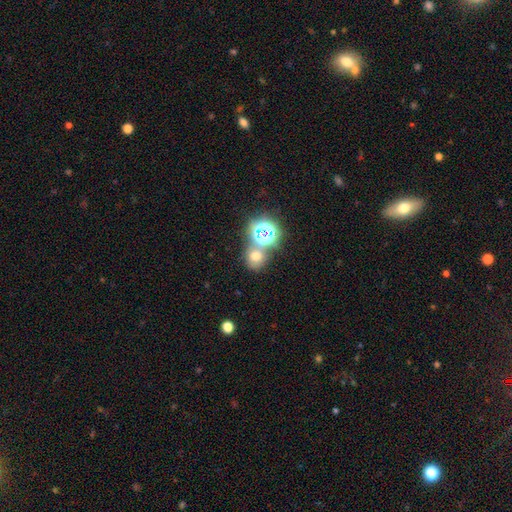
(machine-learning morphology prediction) The model was most divided on "smooth or featured": smooth: 58%, star or artifact: 32%, featured or disk: 10%. More confident: how rounded — round (76%); merging — none (56%).